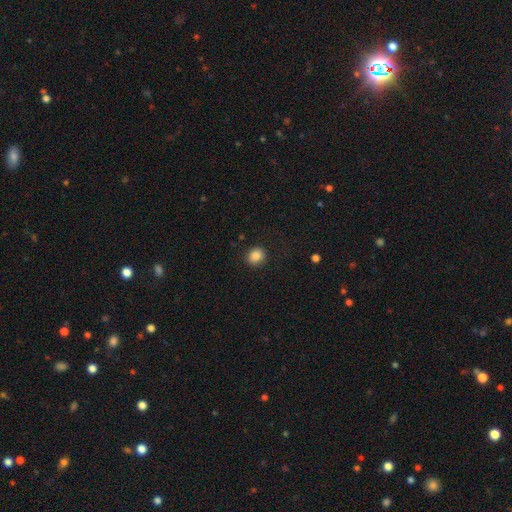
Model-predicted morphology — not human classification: Q: Smooth or featured?
A: smooth (86%); runner-up: star or artifact (10%)
Q: How rounded?
A: round (82%); runner-up: in between (17%)
Q: Merging?
A: none (89%); runner-up: minor disturbance (8%)